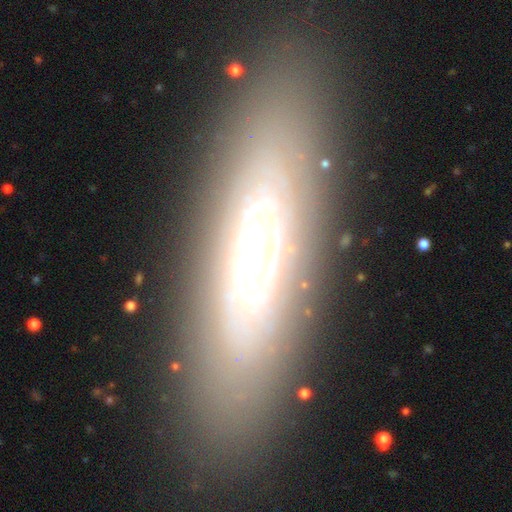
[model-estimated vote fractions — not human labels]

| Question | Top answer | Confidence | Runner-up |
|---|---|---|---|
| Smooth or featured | featured or disk | 45% | smooth (44%) |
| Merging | none | 85% | minor disturbance (9%) |